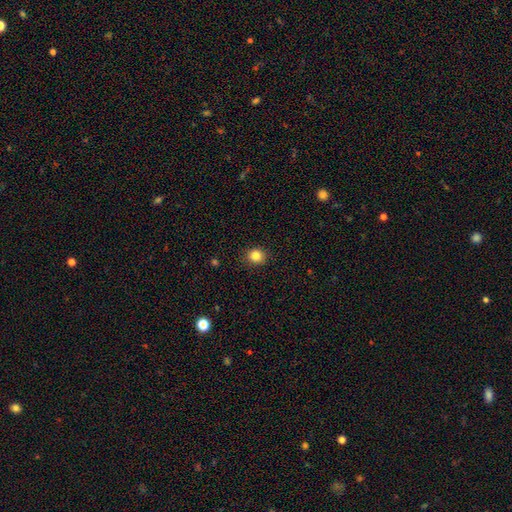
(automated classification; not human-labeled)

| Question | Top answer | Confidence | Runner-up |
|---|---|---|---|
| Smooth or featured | smooth | 84% | star or artifact (11%) |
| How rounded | round | 82% | in between (18%) |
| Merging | none | 89% | minor disturbance (8%) |